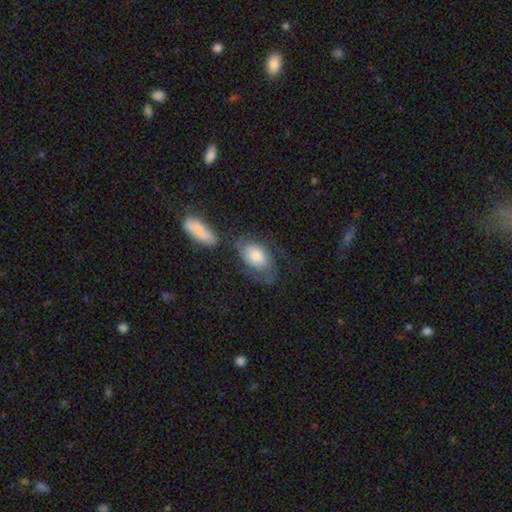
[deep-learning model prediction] The model was most divided on "merging": none: 42%, minor disturbance: 23%, major disturbance: 18%, merger: 16%. More confident: how rounded — in between (89%); smooth or featured — smooth (60%).